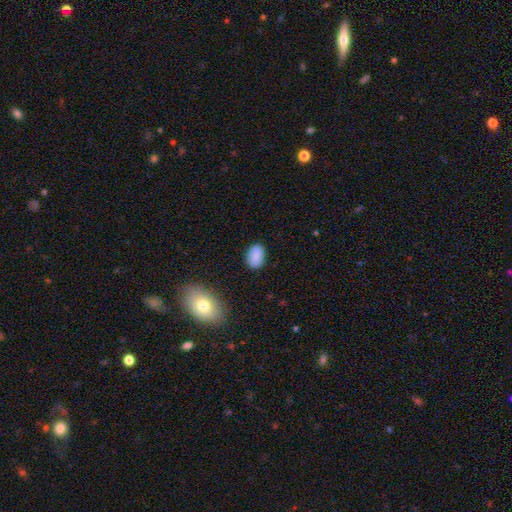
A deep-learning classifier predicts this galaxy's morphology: smooth 82%, featured or disk 10%, star or artifact 9%. Down the decision tree: how rounded — in between (85%); merging — none (83%).